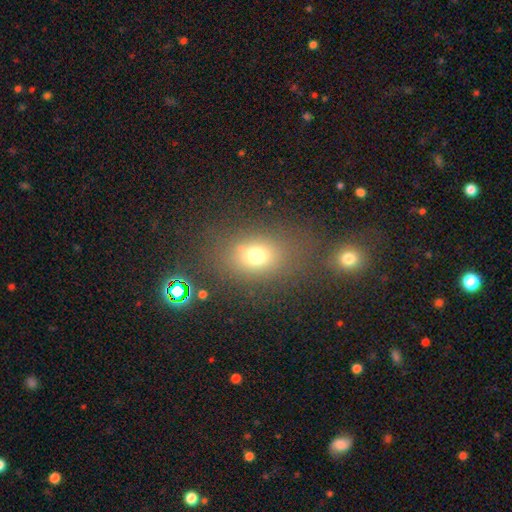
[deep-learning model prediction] This appears to be a smooth galaxy with no disk features (70%) that is in between round and cigar-shaped (55%). Merging: none (70%).